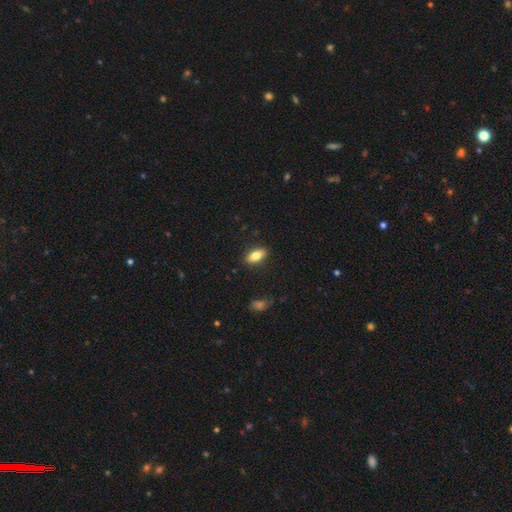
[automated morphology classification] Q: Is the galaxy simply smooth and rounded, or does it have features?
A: smooth — 75%.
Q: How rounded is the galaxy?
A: in between — 84%.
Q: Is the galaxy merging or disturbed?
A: none — 88%.